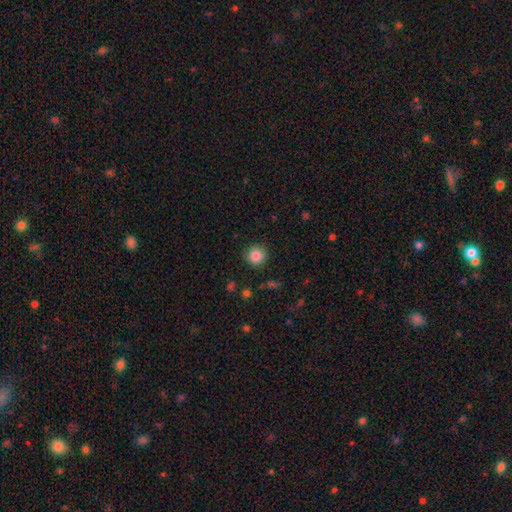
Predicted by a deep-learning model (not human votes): smooth-or-featured: smooth: 85% | star or artifact: 10% | featured or disk: 5%
  how-rounded: round: 95% | in between: 5% | cigar-shaped: 1%
  merging: none: 90% | minor disturbance: 7% | major disturbance: 2% | merger: 1%